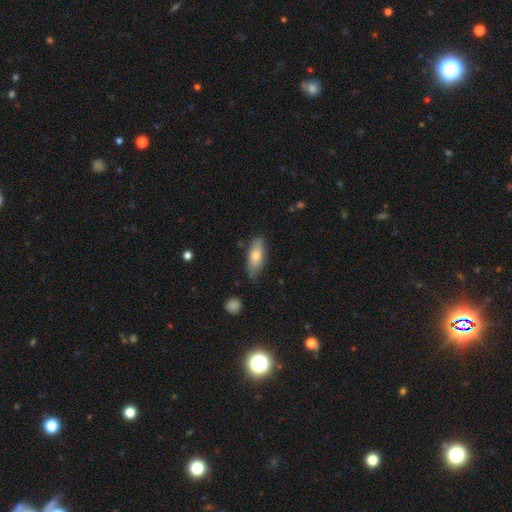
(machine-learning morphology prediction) The model was most divided on "smooth or featured": smooth: 71%, featured or disk: 23%, star or artifact: 6%. More confident: merging — none (74%); how rounded — in between (73%).